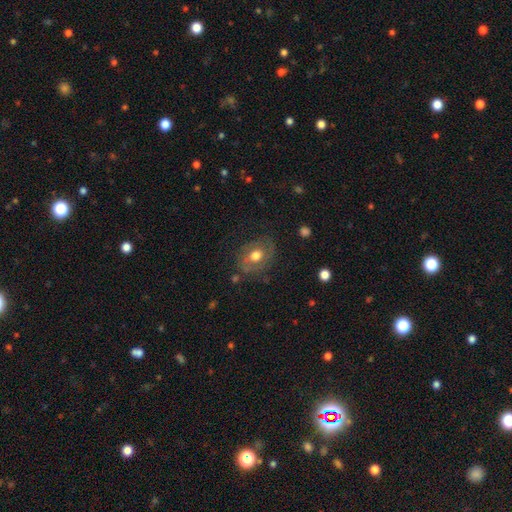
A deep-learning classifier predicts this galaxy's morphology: featured or disk 48%, smooth 43%, star or artifact 9%. Down the decision tree: merging — none (68%).